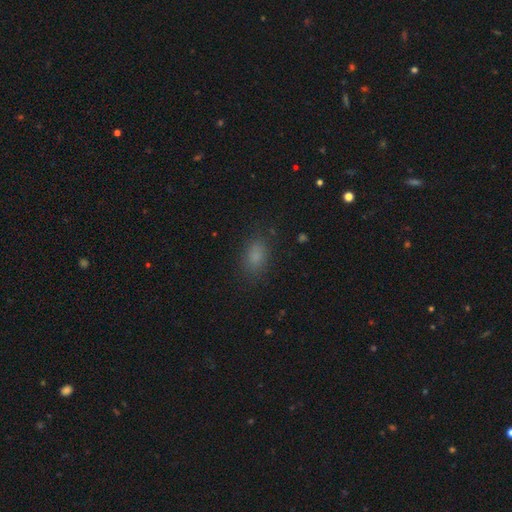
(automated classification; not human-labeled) This is clearly a smooth galaxy (81%). How rounded: clearly in between (84%). Merging: clearly none (81%).